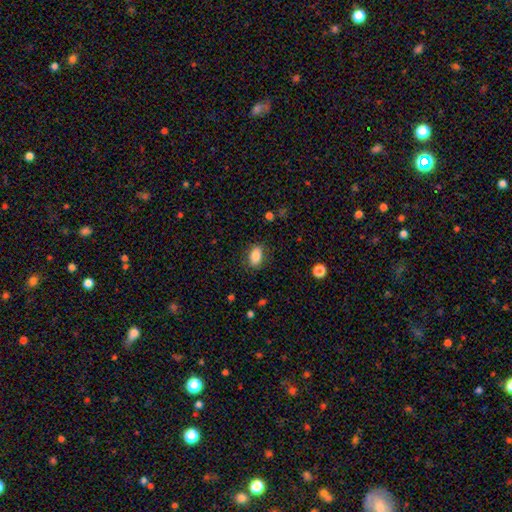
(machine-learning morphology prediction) A smooth galaxy with no disk features (83%) that is in between round and cigar-shaped (88%). Merging: none (81%).